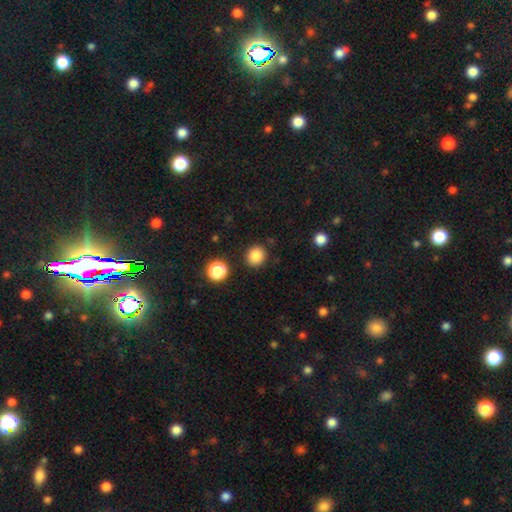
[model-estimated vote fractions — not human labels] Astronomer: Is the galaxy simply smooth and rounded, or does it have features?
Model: smooth — 86%.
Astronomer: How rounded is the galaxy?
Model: round — 82%.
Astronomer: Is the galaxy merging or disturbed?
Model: none — 87%.